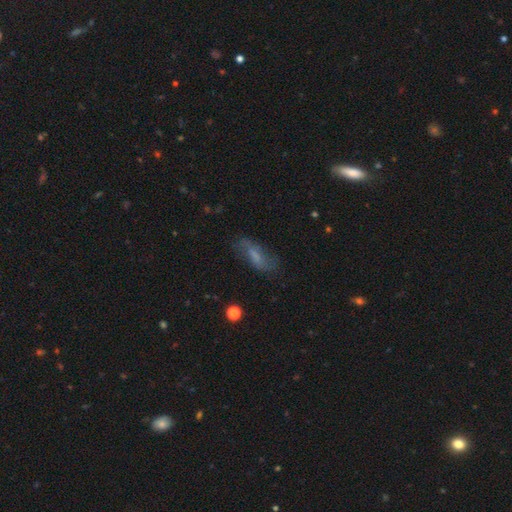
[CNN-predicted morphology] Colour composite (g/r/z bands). It shows a smooth galaxy with no disk features (51%) that is in between round and cigar-shaped (62%). Merging: none (66%).